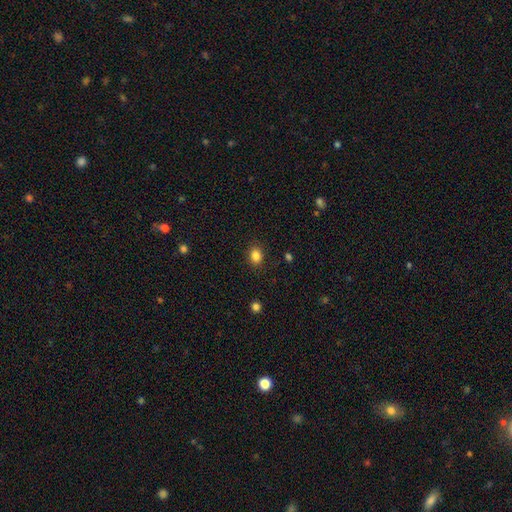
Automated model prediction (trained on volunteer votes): smooth 85%, star or artifact 11%, featured or disk 4%. Down the decision tree: how rounded — round (52%); merging — none (88%).